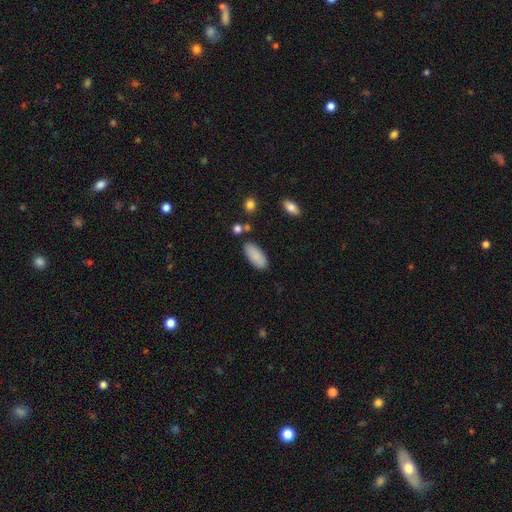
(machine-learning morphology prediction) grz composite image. It shows a smooth galaxy with no disk features (88%) that is in between round and cigar-shaped (88%). Merging: none (83%).